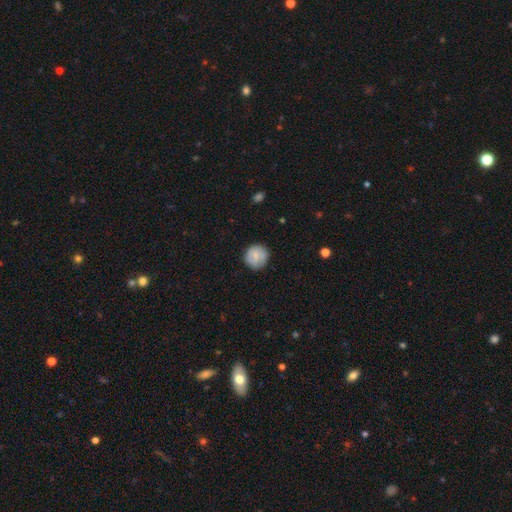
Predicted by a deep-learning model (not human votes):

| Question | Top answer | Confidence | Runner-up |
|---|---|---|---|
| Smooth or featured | smooth | 68% | featured or disk (25%) |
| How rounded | round | 90% | in between (9%) |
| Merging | none | 80% | minor disturbance (16%) |